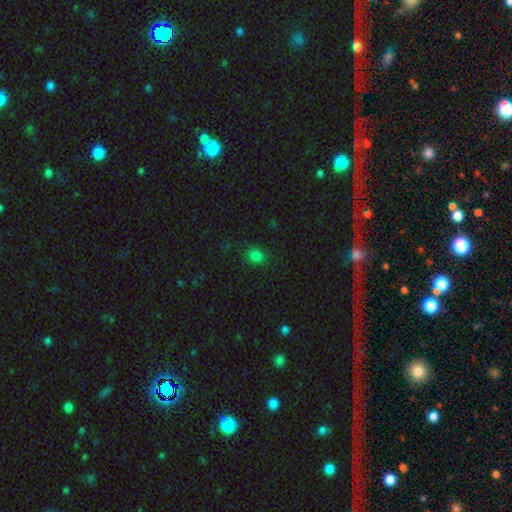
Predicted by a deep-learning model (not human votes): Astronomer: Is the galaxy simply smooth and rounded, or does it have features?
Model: smooth — 81%.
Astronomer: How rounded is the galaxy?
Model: round — 59% (runner-up: in between, 39%).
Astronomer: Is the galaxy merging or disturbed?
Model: none — 86%.